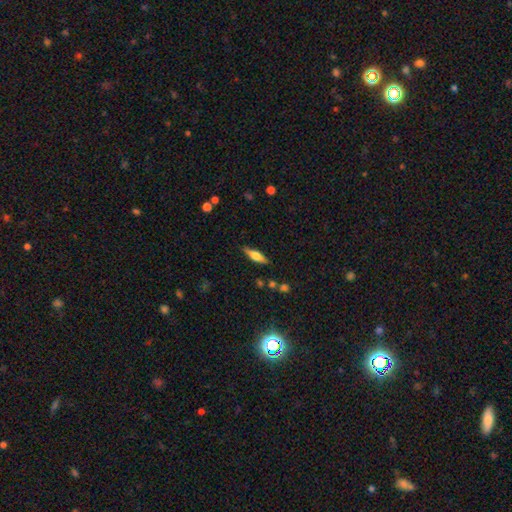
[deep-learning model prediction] featured or disk 49%, smooth 44%, star or artifact 7%. Down the decision tree: merging — none (85%).